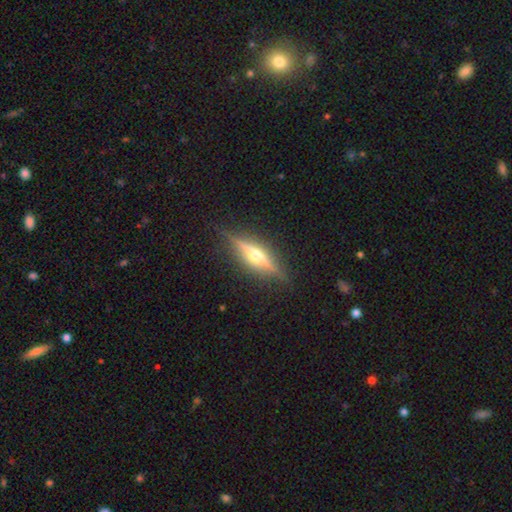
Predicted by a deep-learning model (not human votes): Smooth or featured? featured or disk (80%)
Edge-on disk? yes (96%)
Edge-on bulge? rounded (90%)
Merging? none (86%)